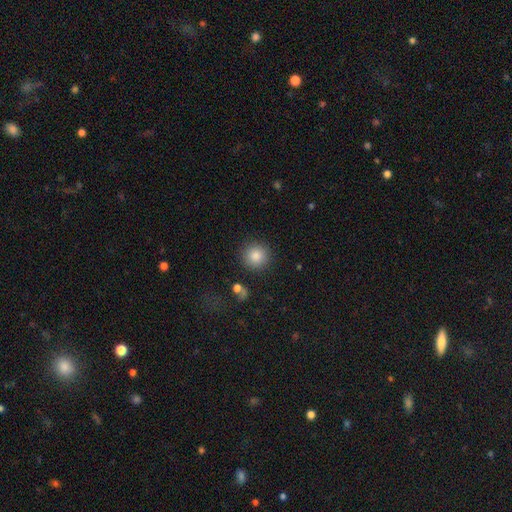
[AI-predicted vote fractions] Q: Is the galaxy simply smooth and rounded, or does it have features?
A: smooth — 85%.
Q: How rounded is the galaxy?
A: round — 94%.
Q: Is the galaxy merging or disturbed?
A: none — 89%.